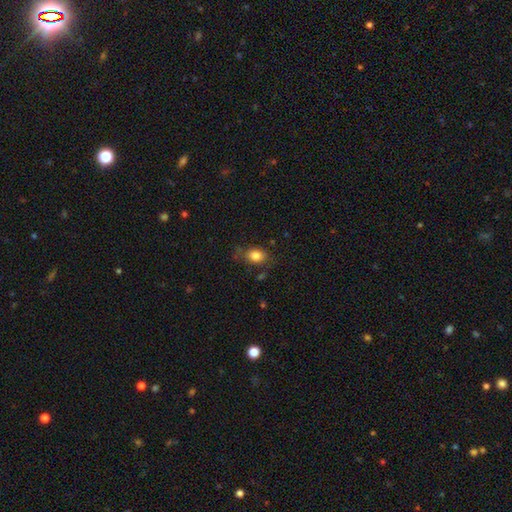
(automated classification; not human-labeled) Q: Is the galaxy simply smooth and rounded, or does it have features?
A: smooth — 82%.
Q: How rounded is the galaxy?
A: in between — 67%.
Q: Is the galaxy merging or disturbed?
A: none — 71%.